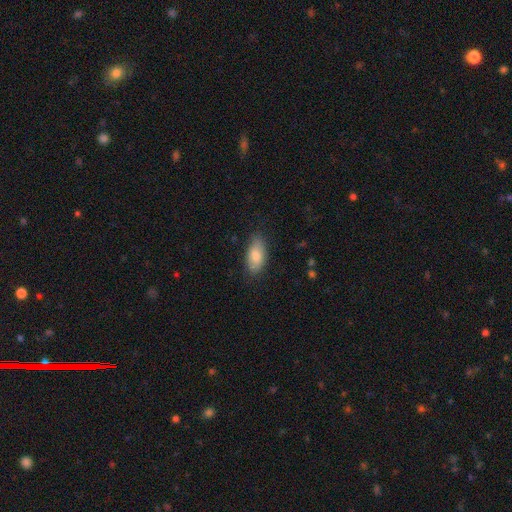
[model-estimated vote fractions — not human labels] Overall: smooth (79%). How rounded: in between (90%). Merging: none (81%).